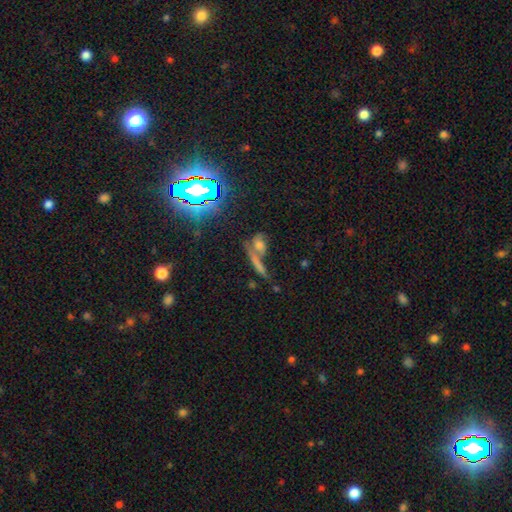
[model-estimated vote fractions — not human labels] smooth-or-featured: smooth: 43% | star or artifact: 34% | featured or disk: 23%
  merging: none: 43% | merger: 38% | minor disturbance: 10% | major disturbance: 8%